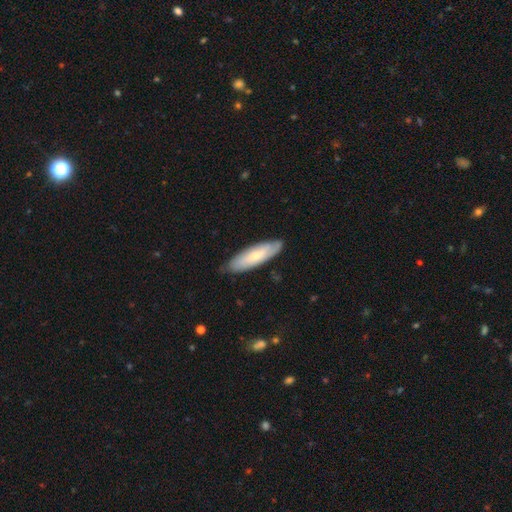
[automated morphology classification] smooth-or-featured: smooth: 58% | featured or disk: 36% | star or artifact: 6%
  how-rounded: cigar-shaped: 51% | in between: 47% | round: 2%
  merging: none: 81% | minor disturbance: 15% | major disturbance: 2% | merger: 1%